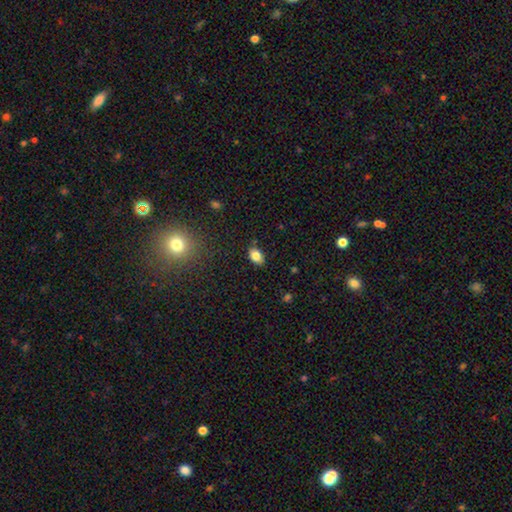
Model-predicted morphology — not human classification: Smooth or featured? Predicted: smooth (p=0.83). How rounded? Predicted: in between (p=0.87). Merging? Predicted: none (p=0.85).